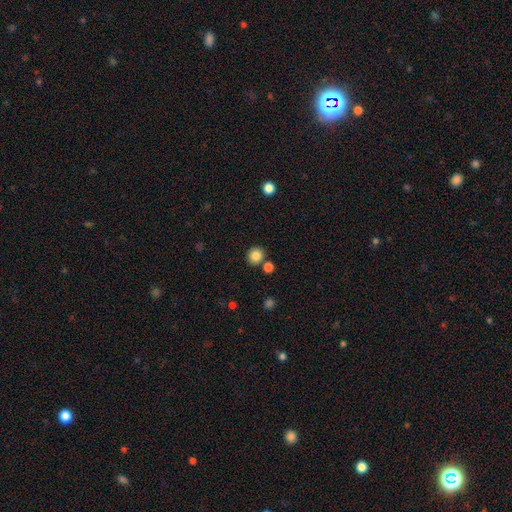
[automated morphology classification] Smooth or featured?
  - smooth: 85% *
  - star or artifact: 10%
  - featured or disk: 5%
How rounded?
  - round: 88% *
  - in between: 11%
  - cigar-shaped: 1%
Merging?
  - none: 80% *
  - merger: 10%
  - minor disturbance: 8%
  - major disturbance: 2%